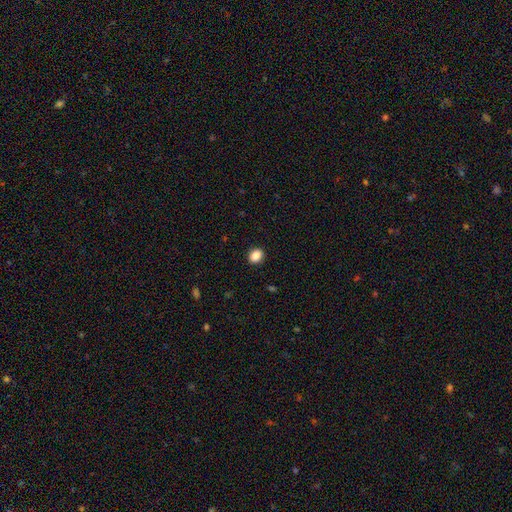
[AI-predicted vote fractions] smooth_or_featured: smooth (p=0.88) [alt: star or artifact p=0.09]
how_rounded: in between (p=0.50) [alt: round p=0.49]
merging: none (p=0.91) [alt: minor disturbance p=0.06]